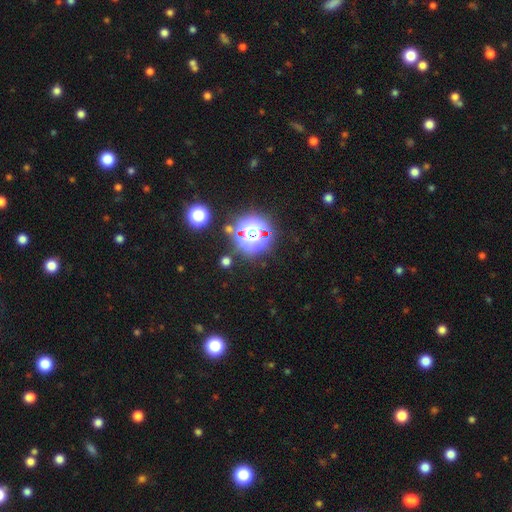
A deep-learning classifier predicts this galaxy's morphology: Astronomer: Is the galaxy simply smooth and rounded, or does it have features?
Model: star or artifact — 81%.